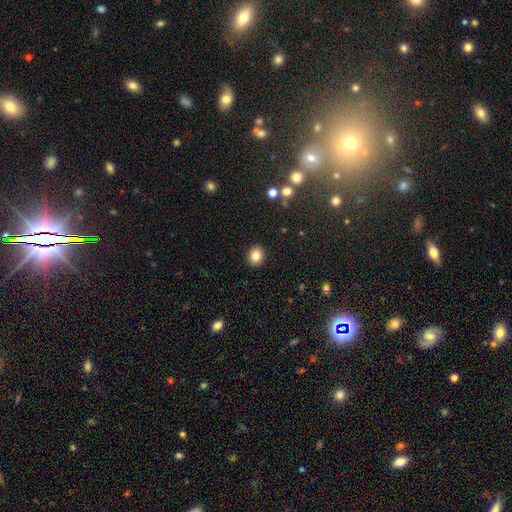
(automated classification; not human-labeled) Smooth or featured: smooth — 84% (star or artifact — 10%)
How rounded: round — 69% (in between — 30%)
Merging: none — 92% (minor disturbance — 6%)